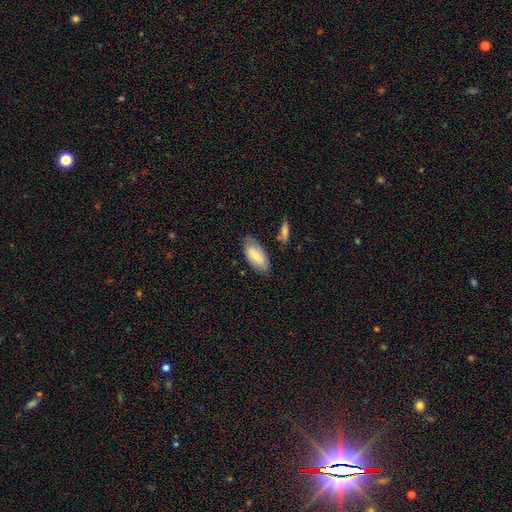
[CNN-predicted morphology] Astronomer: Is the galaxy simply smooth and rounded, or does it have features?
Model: smooth — 74%.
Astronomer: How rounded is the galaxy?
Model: in between — 91%.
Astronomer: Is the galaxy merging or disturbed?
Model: none — 74%.